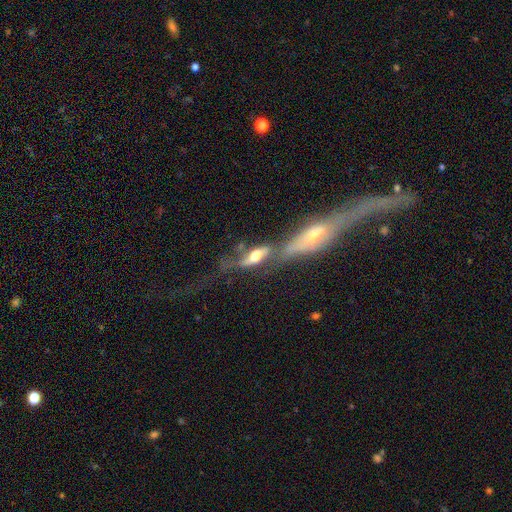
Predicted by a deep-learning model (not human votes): smooth_or_featured: featured or disk (p=0.58) [alt: smooth p=0.33]
disk_edge_on: yes (p=0.60) [alt: no p=0.40]
merging: merger (p=0.51) [alt: none p=0.23]